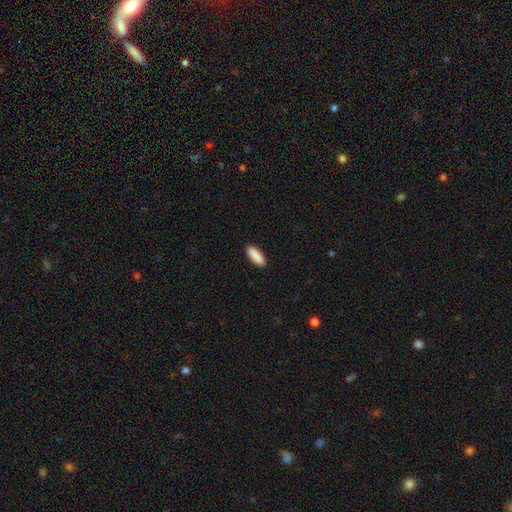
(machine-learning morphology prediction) The model was most divided on "how rounded": in between: 63%, cigar-shaped: 36%, round: 2%. More confident: merging — none (91%); smooth or featured — smooth (91%).